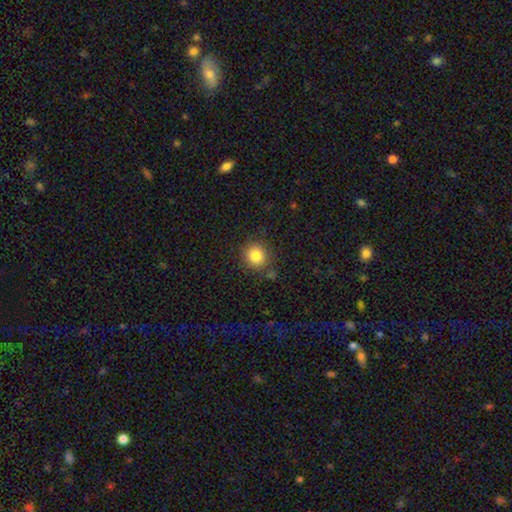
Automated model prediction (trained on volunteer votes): smooth-or-featured: smooth: 84% | star or artifact: 10% | featured or disk: 6%
  how-rounded: round: 89% | in between: 10% | cigar-shaped: 1%
  merging: none: 83% | minor disturbance: 10% | major disturbance: 3% | merger: 3%